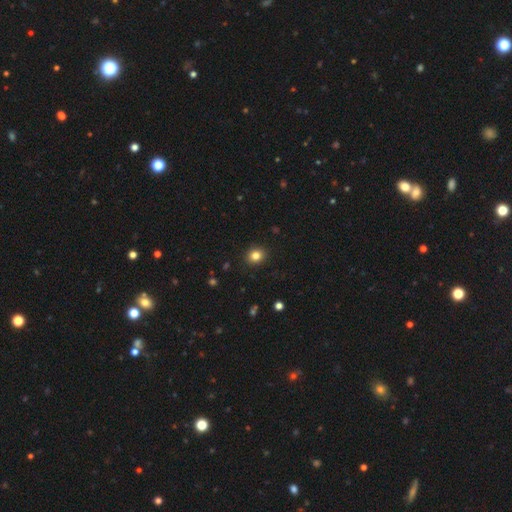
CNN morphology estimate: smooth 83%, star or artifact 12%, featured or disk 6%. Down the decision tree: how rounded — round (72%); merging — none (91%).